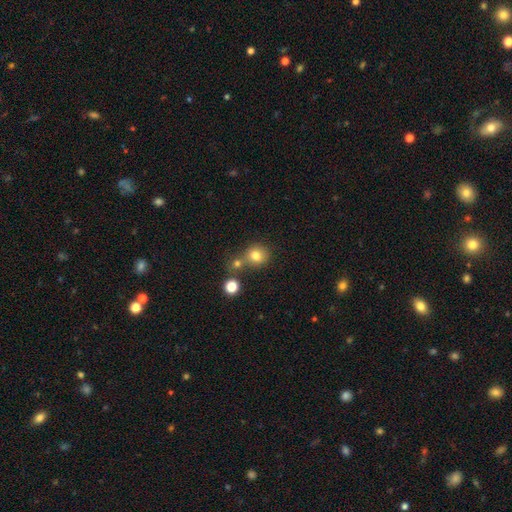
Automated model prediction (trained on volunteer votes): Smooth or featured? smooth (79%)
How rounded? round (82%)
Merging? none (55%)